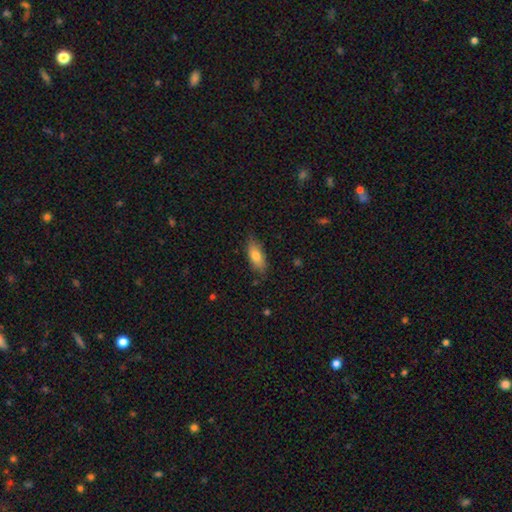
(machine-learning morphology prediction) Smooth or featured: smooth — 76% (featured or disk — 17%)
How rounded: in between — 75% (cigar-shaped — 23%)
Merging: none — 79% (minor disturbance — 17%)